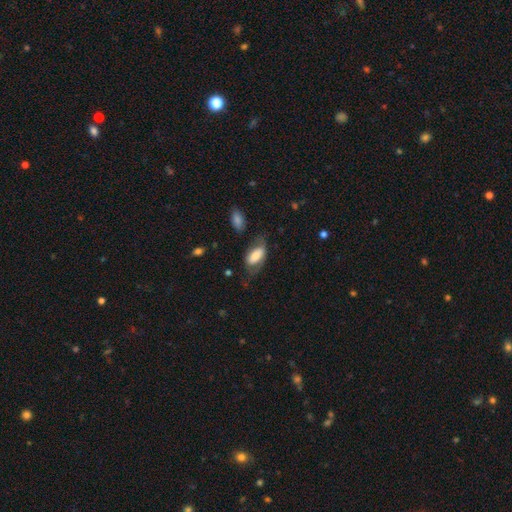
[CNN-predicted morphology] smooth 60%, featured or disk 34%, star or artifact 7%. Down the decision tree: how rounded — in between (90%); merging — none (53%).